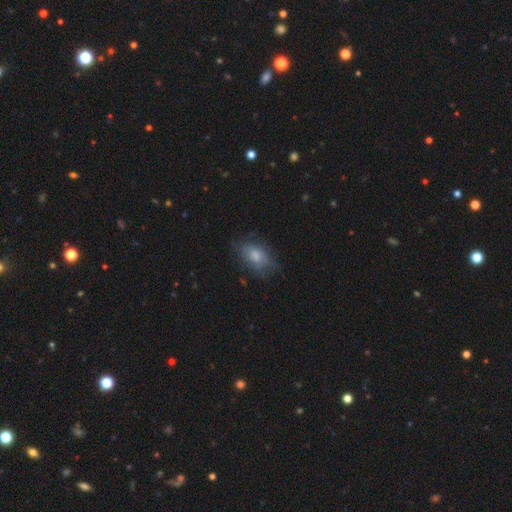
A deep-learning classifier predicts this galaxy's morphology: Smooth or featured? smooth (68%)
How rounded? in between (87%)
Merging? none (62%)